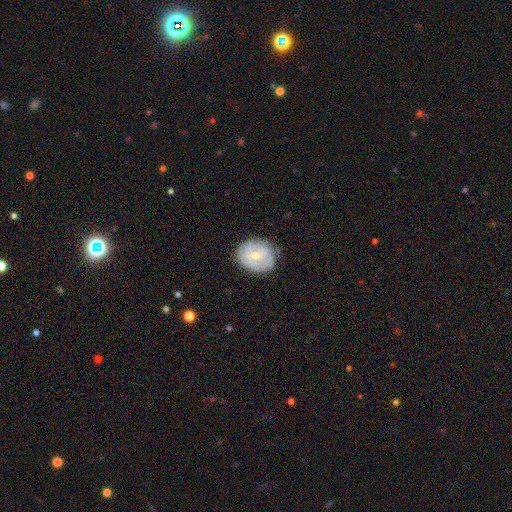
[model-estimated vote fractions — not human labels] A featured or disk galaxy (51%).

Vote fractions:
- Smooth or featured? featured or disk: 51% / smooth: 42% / star or artifact: 7%
- Edge-on disk? no: 97% / yes: 3%
- Merging? none: 77% / minor disturbance: 18% / major disturbance: 5% / merger: 1%